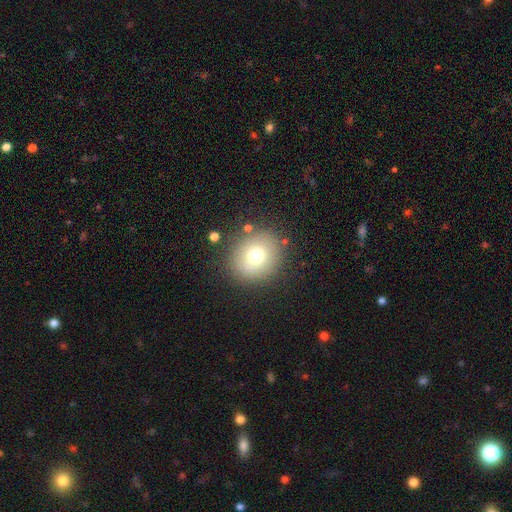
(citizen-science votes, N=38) Smooth or featured? 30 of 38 (79%) said smooth. How rounded? 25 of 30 (83%) said round. Merging? 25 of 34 (74%) said none.